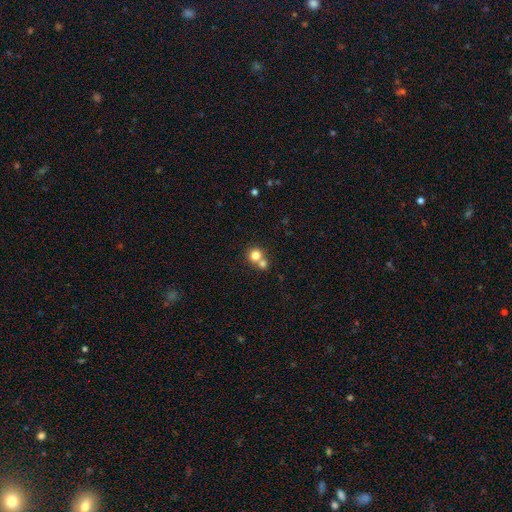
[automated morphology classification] Overall: smooth (79%). How rounded: round (89%). Merging: merger (49%; none 43%).